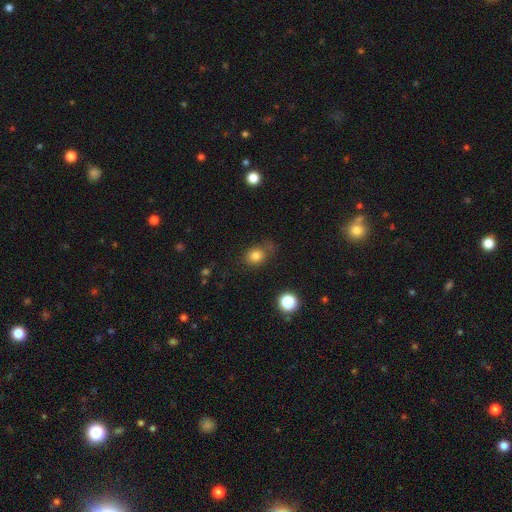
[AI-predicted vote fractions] Smooth or featured? Predicted: smooth (p=0.80). How rounded? Predicted: round (p=0.59). Merging? Predicted: none (p=0.64).